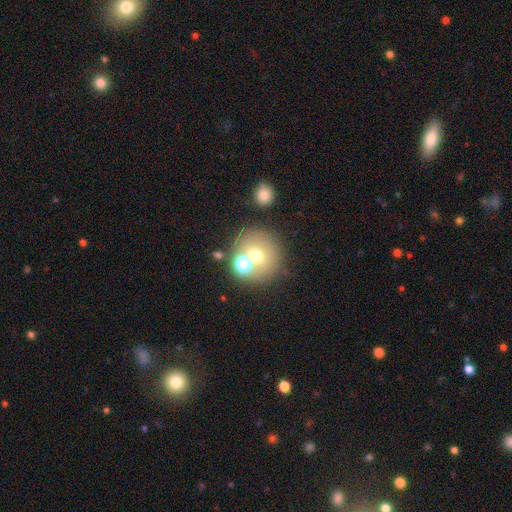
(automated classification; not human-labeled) Smooth or featured: smooth — 63% (featured or disk — 21%)
How rounded: round — 87% (in between — 12%)
Merging: none — 61% (merger — 24%)